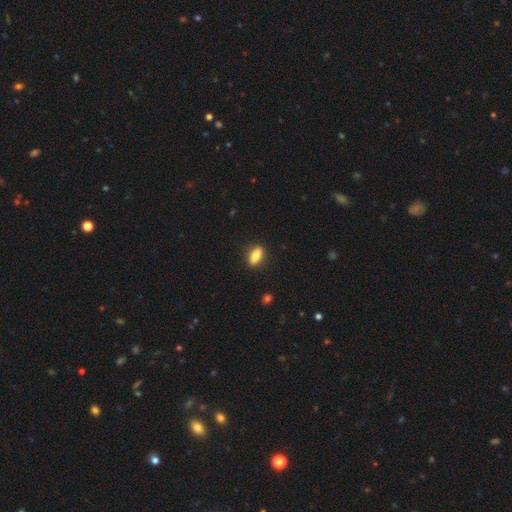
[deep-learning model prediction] A smooth galaxy with no disk features (80%) that is in between round and cigar-shaped (76%). Merging: none (88%).